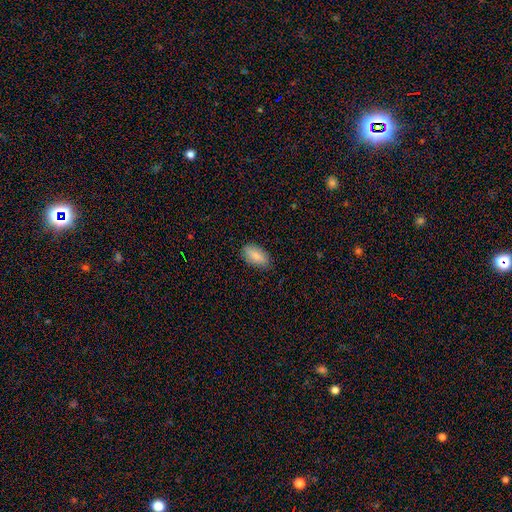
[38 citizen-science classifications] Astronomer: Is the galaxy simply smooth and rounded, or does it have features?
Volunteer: smooth — 89%.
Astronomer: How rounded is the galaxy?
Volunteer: in between — 91%.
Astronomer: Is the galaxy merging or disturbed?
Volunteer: none — 89%.